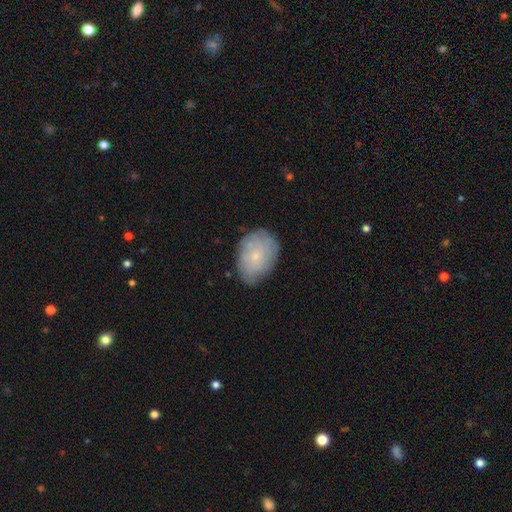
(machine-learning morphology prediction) The model was most divided on "smooth or featured": smooth: 57%, featured or disk: 35%, star or artifact: 8%. More confident: how rounded — in between (80%); merging — none (72%).